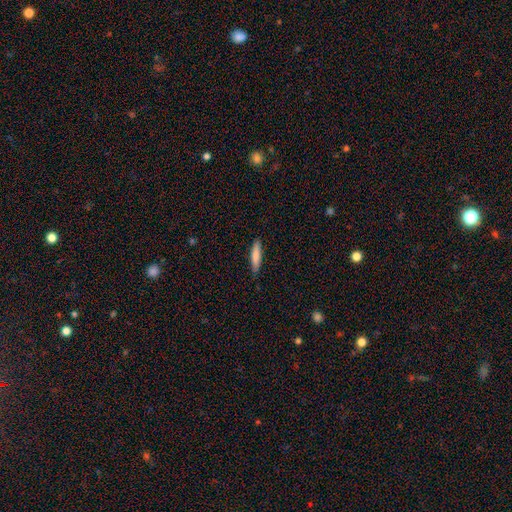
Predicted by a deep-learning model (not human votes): Smooth or featured: smooth — 80% (featured or disk — 14%)
How rounded: cigar-shaped — 84% (in between — 15%)
Merging: none — 88% (minor disturbance — 10%)